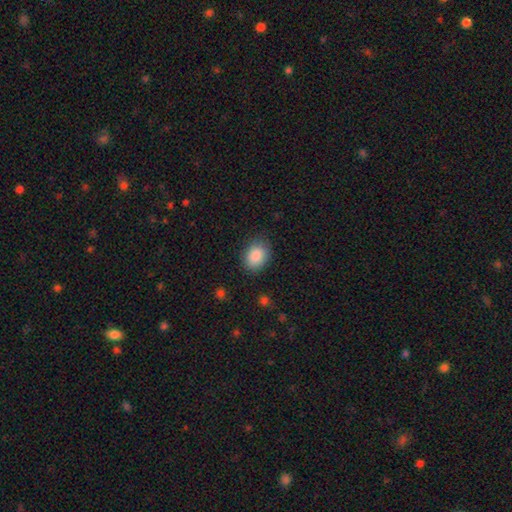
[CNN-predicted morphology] Overall: smooth (87%). How rounded: in between (72%). Merging: none (83%).